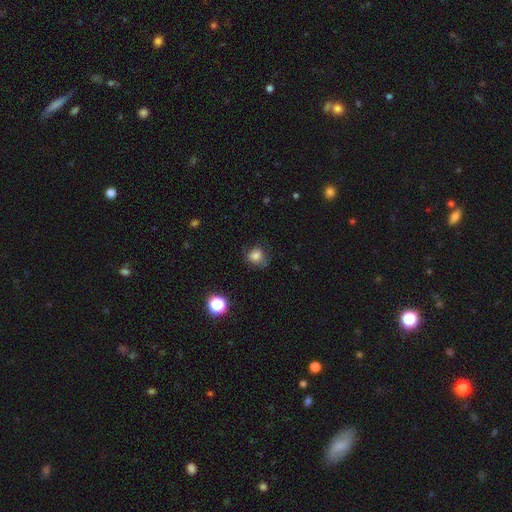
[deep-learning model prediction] A smooth galaxy with no disk features (80%) that is round (77%).

Vote fractions:
- Smooth or featured? smooth: 80% / star or artifact: 13% / featured or disk: 7%
- How rounded? round: 77% / in between: 22% / cigar-shaped: 1%
- Merging? none: 66% / minor disturbance: 24% / major disturbance: 8% / merger: 2%